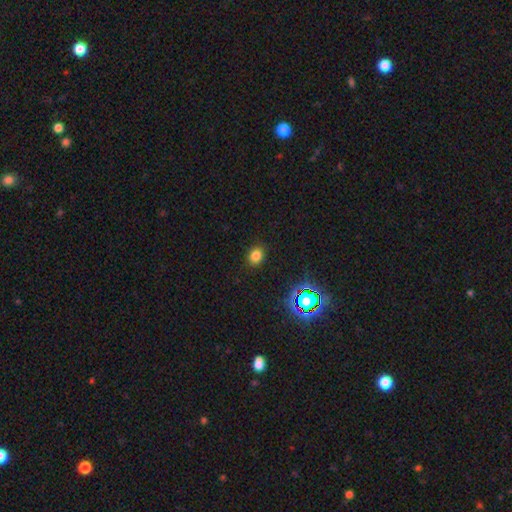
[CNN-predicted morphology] Smooth or featured: smooth — 77% (star or artifact — 18%)
How rounded: round — 57% (in between — 42%)
Merging: none — 87% (minor disturbance — 9%)